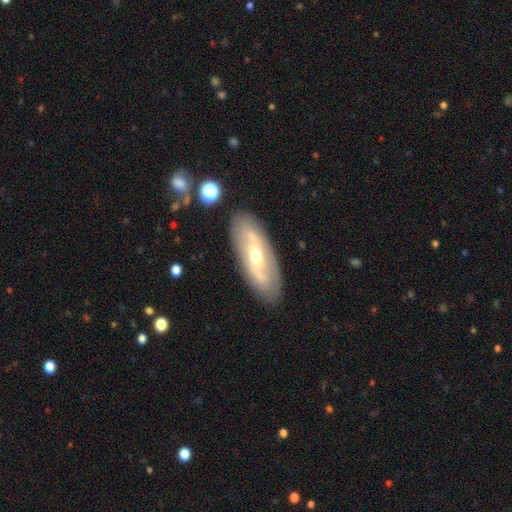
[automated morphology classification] Smooth or featured: featured or disk — 67% (smooth — 27%)
Edge-on disk: no — 80% (yes — 20%)
Bar: weak — 36% (no — 35%)
Spiral arms: yes — 52% (no — 48%)
Bulge size: moderate — 66% (small — 28%)
Merging: none — 84% (minor disturbance — 10%)